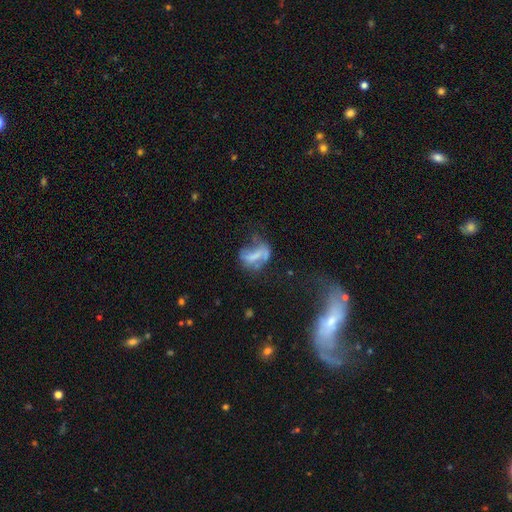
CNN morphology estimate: featured or disk 47%, smooth 39%, star or artifact 13%. Down the decision tree: merging — major disturbance (37%).